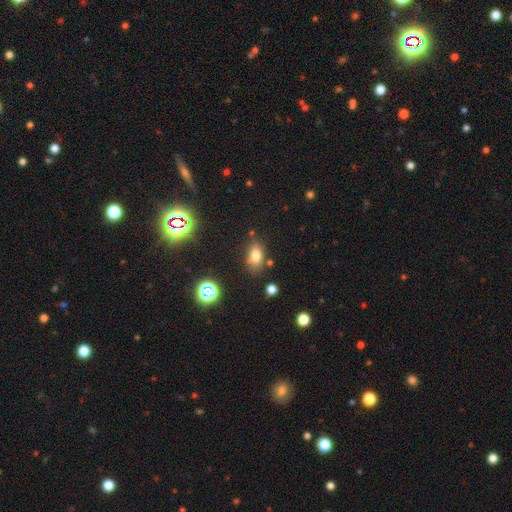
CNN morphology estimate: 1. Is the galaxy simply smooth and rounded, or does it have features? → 74% smooth, 15% star or artifact, 10% featured or disk.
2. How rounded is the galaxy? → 82% in between, 15% round, 3% cigar-shaped.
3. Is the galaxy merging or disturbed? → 76% none, 14% minor disturbance, 6% merger, 4% major disturbance.